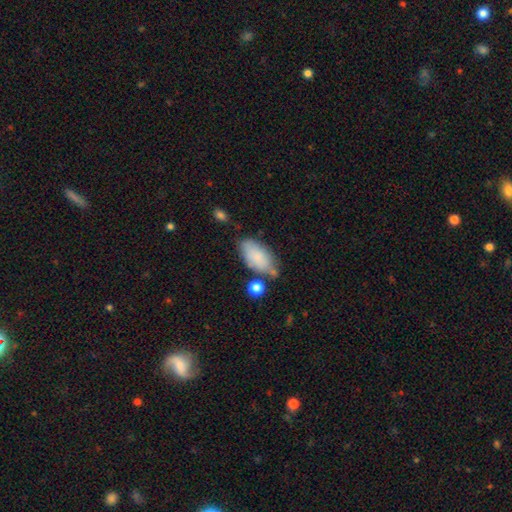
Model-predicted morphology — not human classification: Smooth or featured?
  - smooth: 82% *
  - featured or disk: 11%
  - star or artifact: 7%
How rounded?
  - in between: 93% *
  - cigar-shaped: 4%
  - round: 3%
Merging?
  - none: 55% *
  - minor disturbance: 25%
  - merger: 12%
  - major disturbance: 8%